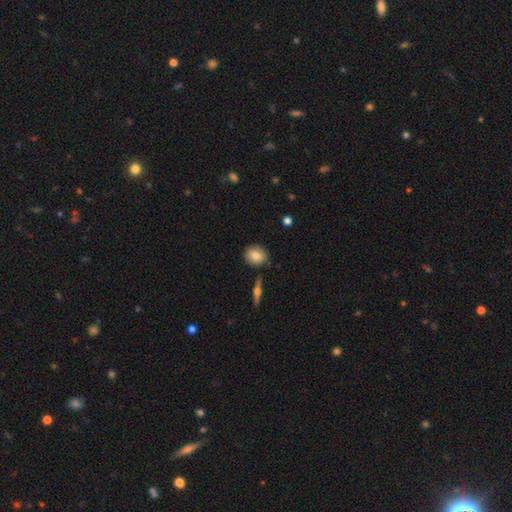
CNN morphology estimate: Smooth or featured?
  - smooth: 80% *
  - featured or disk: 13%
  - star or artifact: 7%
How rounded?
  - round: 77% *
  - in between: 21%
  - cigar-shaped: 2%
Merging?
  - none: 85% *
  - minor disturbance: 10%
  - merger: 4%
  - major disturbance: 2%